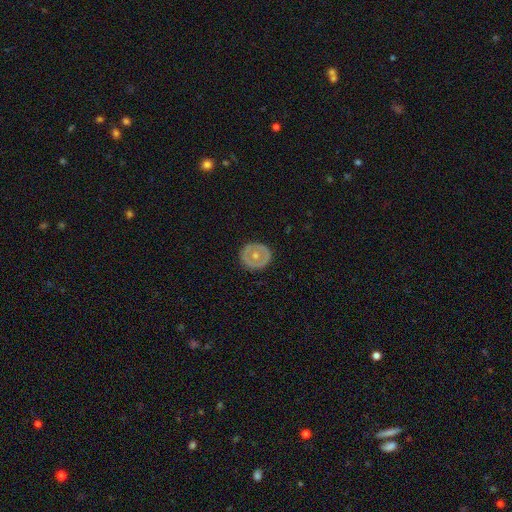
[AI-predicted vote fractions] smooth-or-featured: featured or disk: 51% | smooth: 43% | star or artifact: 6%
  disk-edge-on: no: 94% | yes: 6%
  merging: none: 87% | minor disturbance: 9% | major disturbance: 3% | merger: 1%